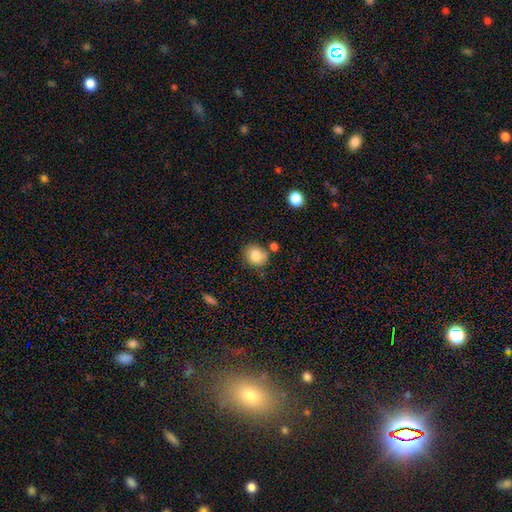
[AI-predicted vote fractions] Morphology: type=smooth (81%); roundness=round (66%); merging=none (69%).